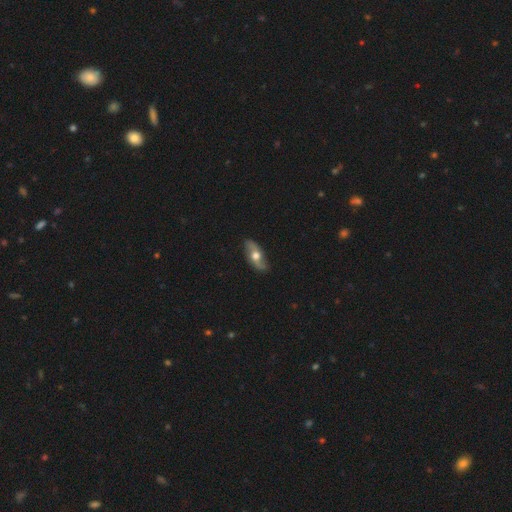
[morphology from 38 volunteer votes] A featured or disk galaxy (68%) with no bar (84%), 2 (100%) loose (100%) spiral arms (89%) and a moderate central bulge (63%). Merging: none (89%).